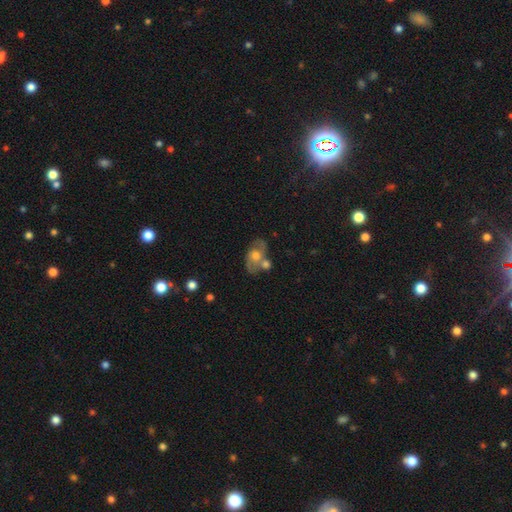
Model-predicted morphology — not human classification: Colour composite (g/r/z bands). It shows a featured or disk galaxy (53%). Merging: none (46%).